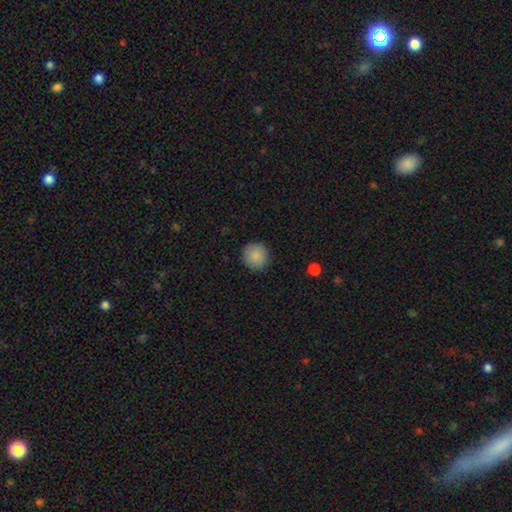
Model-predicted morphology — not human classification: This appears to be a smooth galaxy with no disk features (88%) that is round (94%). Merging: none (91%).